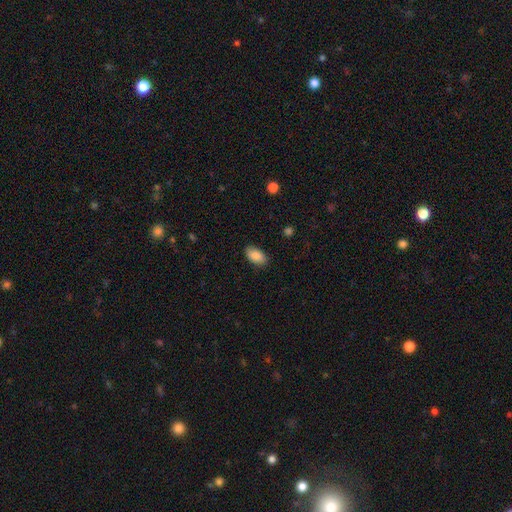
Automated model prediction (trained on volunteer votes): Overall: smooth (88%). How rounded: in between (94%). Merging: none (87%).